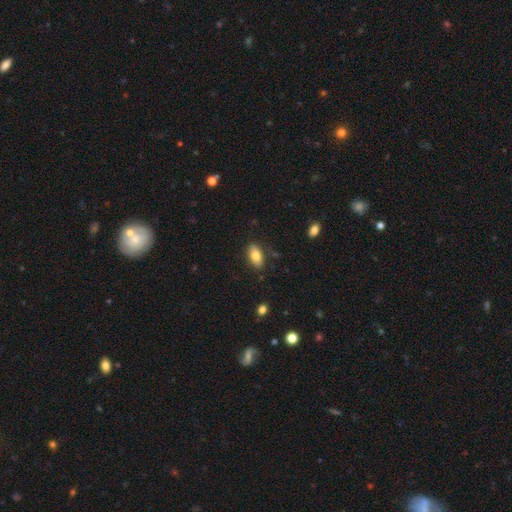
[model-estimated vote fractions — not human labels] Morphology: type=smooth (77%); roundness=in between (87%); merging=none (85%).